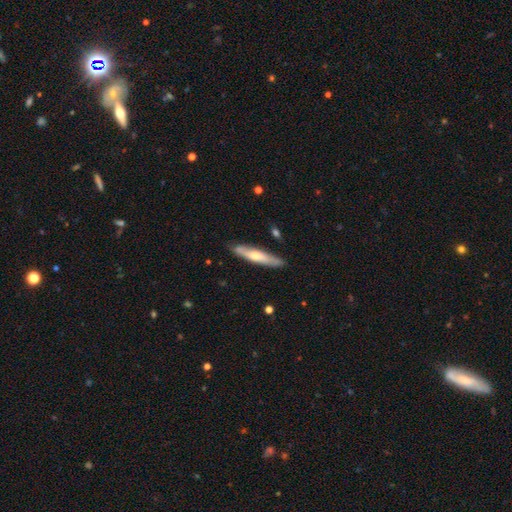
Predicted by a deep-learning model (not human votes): Smooth or featured? Predicted: smooth (p=0.49). Merging? Predicted: none (p=0.84).